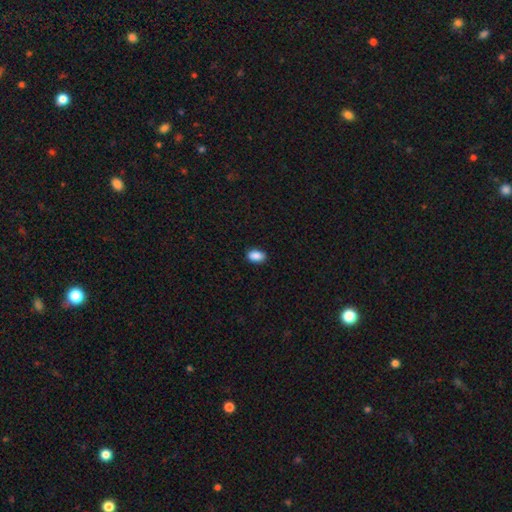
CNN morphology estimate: Smooth or featured?
  - smooth: 90% *
  - star or artifact: 7%
  - featured or disk: 3%
How rounded?
  - in between: 91% *
  - round: 8%
  - cigar-shaped: 2%
Merging?
  - none: 89% *
  - minor disturbance: 8%
  - major disturbance: 2%
  - merger: 1%